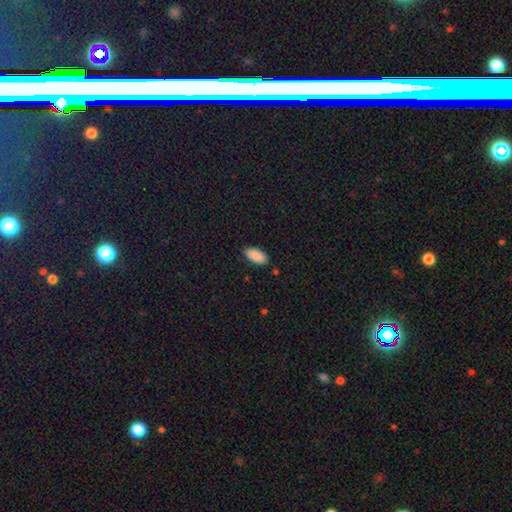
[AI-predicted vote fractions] smooth 90%, star or artifact 7%, featured or disk 3%. Down the decision tree: how rounded — in between (93%); merging — none (87%).